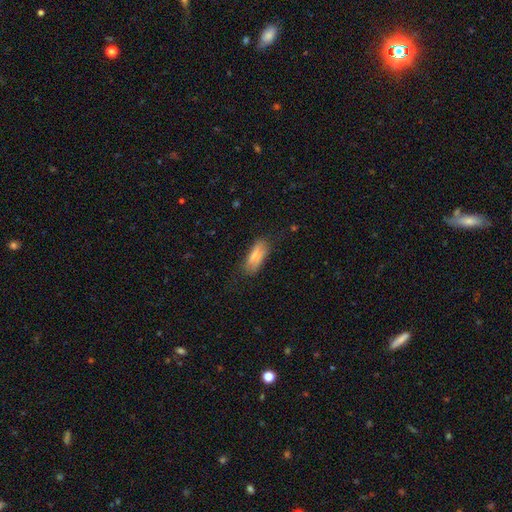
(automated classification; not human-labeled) Smooth or featured? smooth (74%)
How rounded? in between (74%)
Merging? none (63%)